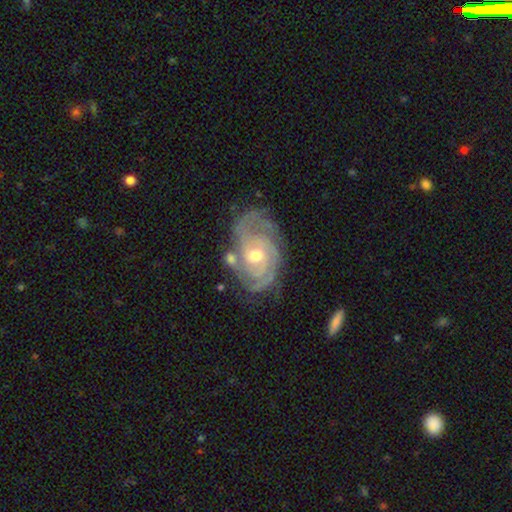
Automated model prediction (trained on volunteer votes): This is clearly a featured or disk galaxy (88%). It is clearly not viewed edge-on (97%). Bar: likely no (65%). Spiral arm pattern: clearly yes (96%). Spiral arm count: marginally 3 (31%). Spiral winding: likely tight (69%). Central bulge: likely moderate (61%). Merging: likely none (62%).